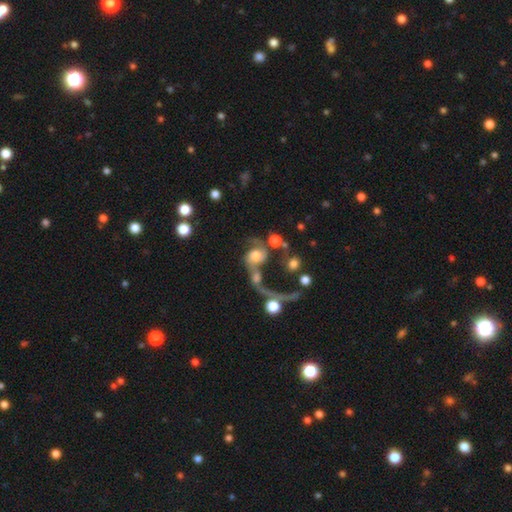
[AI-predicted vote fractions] Smooth or featured? Predicted: featured or disk (p=0.65). Edge-on disk? Predicted: no (p=0.97). Bar? Predicted: no (p=0.68). Spiral arms? Predicted: yes (p=0.87). Spiral winding? Predicted: loose (p=0.62). Spiral arm count? Predicted: 2 (p=0.78). Bulge size? Predicted: moderate (p=0.42). Merging? Predicted: merger (p=0.48).